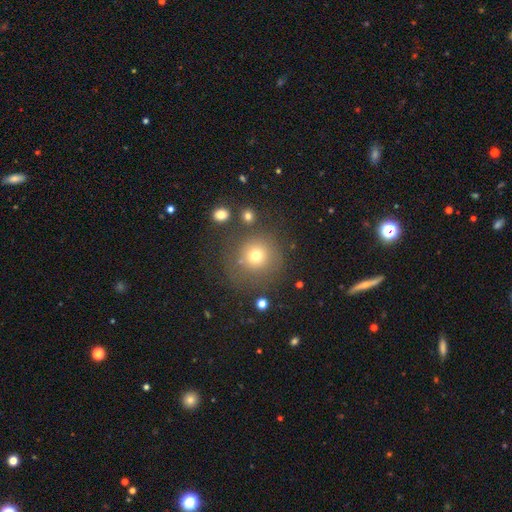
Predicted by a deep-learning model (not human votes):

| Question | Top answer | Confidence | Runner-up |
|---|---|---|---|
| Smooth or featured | smooth | 72% | star or artifact (16%) |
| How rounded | round | 93% | in between (6%) |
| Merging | none | 72% | minor disturbance (13%) |